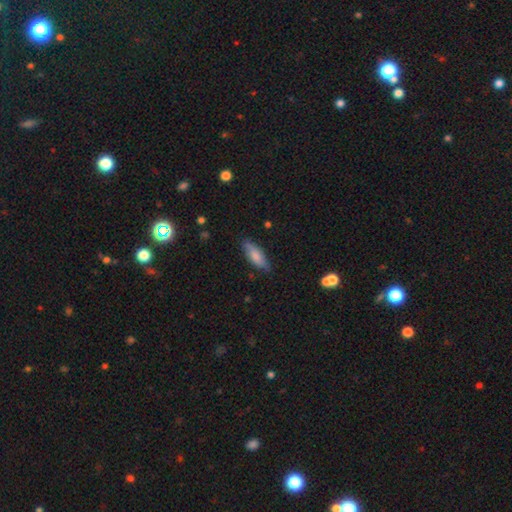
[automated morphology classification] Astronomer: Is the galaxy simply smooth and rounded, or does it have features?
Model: smooth — 78%.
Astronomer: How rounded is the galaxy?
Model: in between — 61% (runner-up: cigar-shaped, 37%).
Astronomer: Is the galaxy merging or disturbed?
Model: none — 79%.